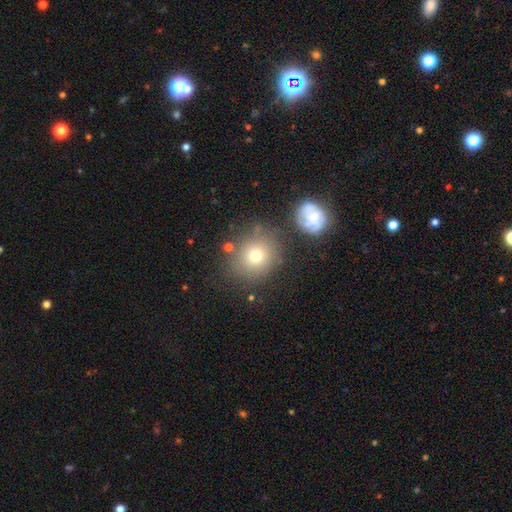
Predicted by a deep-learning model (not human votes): A smooth galaxy with no disk features (74%) that is round (83%).

Vote fractions:
- Smooth or featured? smooth: 74% / featured or disk: 13% / star or artifact: 13%
- How rounded? round: 83% / in between: 16% / cigar-shaped: 1%
- Merging? none: 76% / minor disturbance: 12% / merger: 8% / major disturbance: 4%